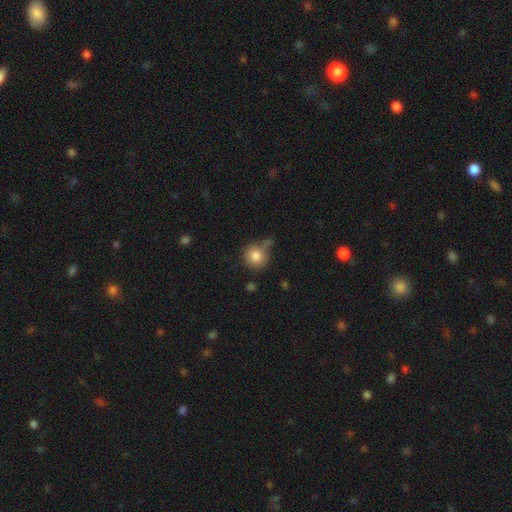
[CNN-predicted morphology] A smooth galaxy with no disk features (83%) that is round (89%).

Vote fractions:
- Smooth or featured? smooth: 83% / star or artifact: 10% / featured or disk: 8%
- How rounded? round: 89% / in between: 10% / cigar-shaped: 1%
- Merging? none: 64% / minor disturbance: 17% / merger: 13% / major disturbance: 6%